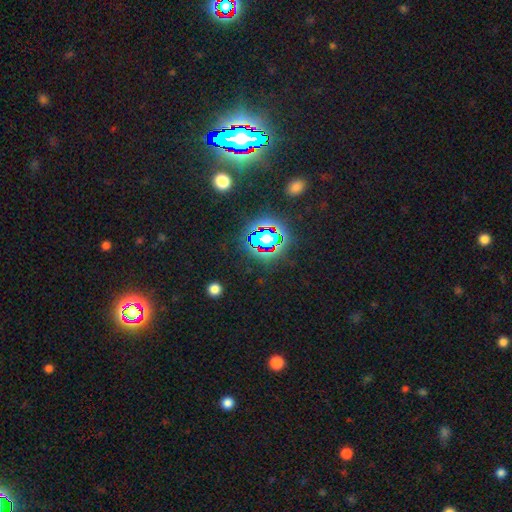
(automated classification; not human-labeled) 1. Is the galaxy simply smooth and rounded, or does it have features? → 84% star or artifact, 10% smooth, 7% featured or disk.